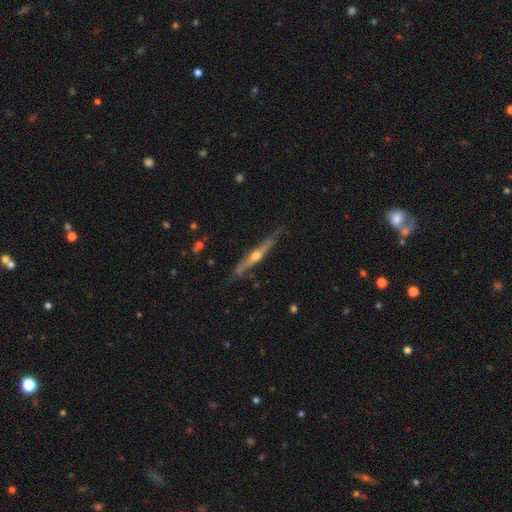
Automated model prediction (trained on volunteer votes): Overall: featured or disk (76%). Edge-on disk: yes (96%). Edge-on bulge: rounded (89%). Merging: none (76%).